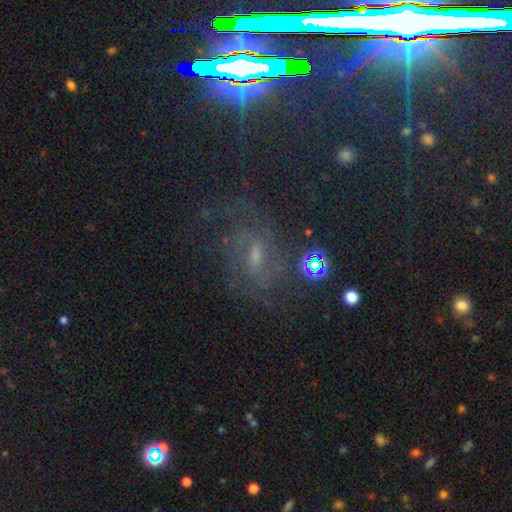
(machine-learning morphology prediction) A featured or disk galaxy (61%) with a weak bar (54%), 2 (37%) medium (47%) spiral arms (89%) and a small central bulge (48%). Merging: none (66%).